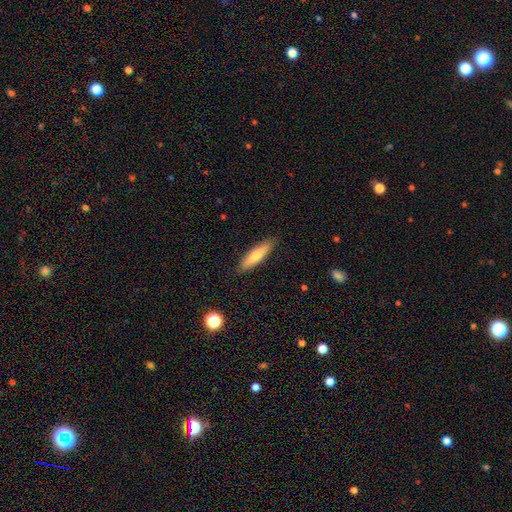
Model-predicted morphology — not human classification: This appears to be a smooth galaxy with no disk features (71%) that is cigar-shaped (74%). Merging: none (88%).